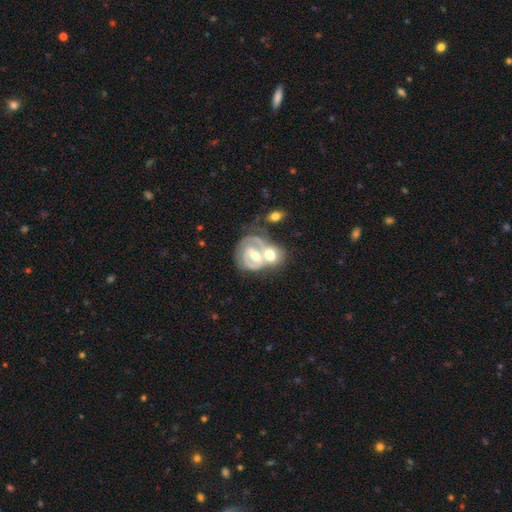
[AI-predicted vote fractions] featured or disk 75%, smooth 19%, star or artifact 6%. Down the decision tree: edge-on disk — no (97%); bar — weak (41%); spiral arms — yes (75%); spiral arm count — 2 (51%); spiral winding — tight (58%); bulge size — moderate (64%); merging — merger (57%).